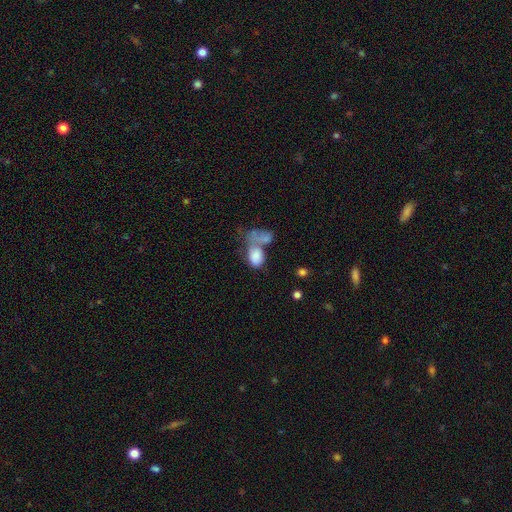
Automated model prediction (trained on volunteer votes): smooth-or-featured: smooth: 79% | featured or disk: 13% | star or artifact: 8%
  how-rounded: in between: 84% | round: 14% | cigar-shaped: 2%
  merging: merger: 56% | none: 18% | major disturbance: 15% | minor disturbance: 11%